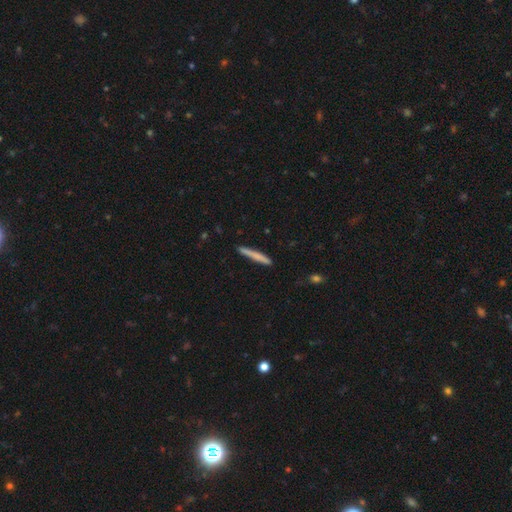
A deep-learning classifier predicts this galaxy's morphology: A smooth galaxy with no disk features (70%) that is cigar-shaped (96%).

Vote fractions:
- Smooth or featured? smooth: 70% / featured or disk: 24% / star or artifact: 6%
- How rounded? cigar-shaped: 96% / in between: 3% / round: 1%
- Merging? none: 89% / minor disturbance: 8% / major disturbance: 2% / merger: 1%